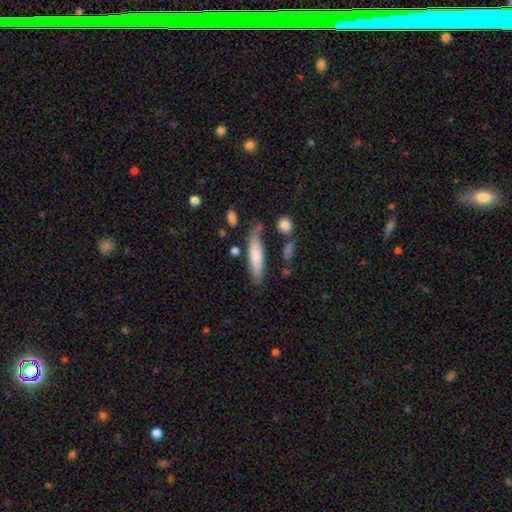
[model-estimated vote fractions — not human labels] Q: Smooth or featured?
A: smooth (73%); runner-up: featured or disk (21%)
Q: How rounded?
A: cigar-shaped (71%); runner-up: in between (27%)
Q: Merging?
A: none (67%); runner-up: minor disturbance (20%)